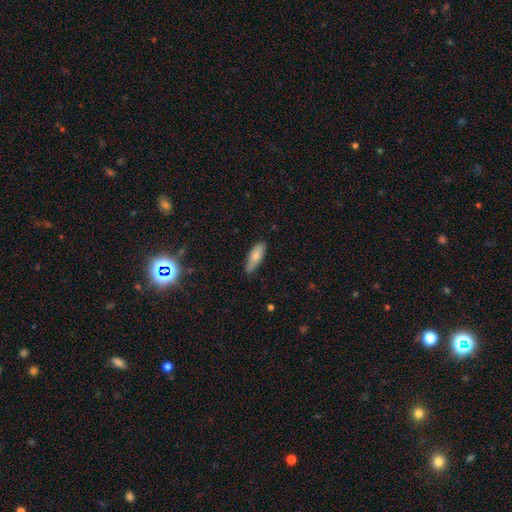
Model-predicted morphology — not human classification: Q: Smooth or featured?
A: smooth (75%); runner-up: featured or disk (18%)
Q: How rounded?
A: in between (62%); runner-up: cigar-shaped (36%)
Q: Merging?
A: none (77%); runner-up: minor disturbance (19%)